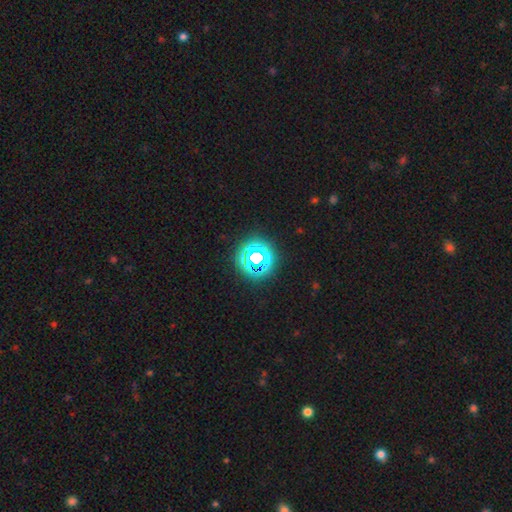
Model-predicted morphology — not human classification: This appears to be a star or artifact, not a galaxy (70%).